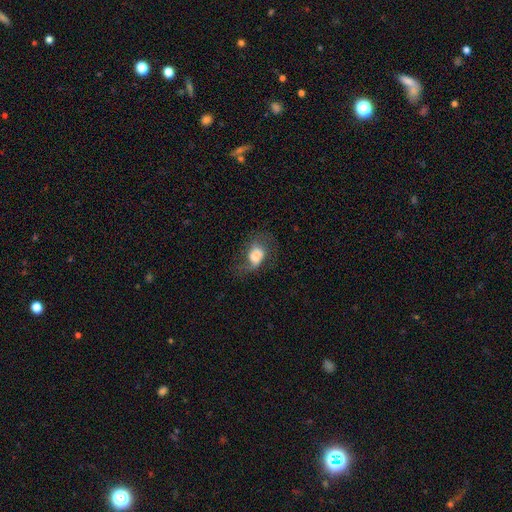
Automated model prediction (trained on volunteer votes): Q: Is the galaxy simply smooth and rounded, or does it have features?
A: smooth — 49%.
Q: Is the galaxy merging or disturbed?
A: major disturbance — 39%.